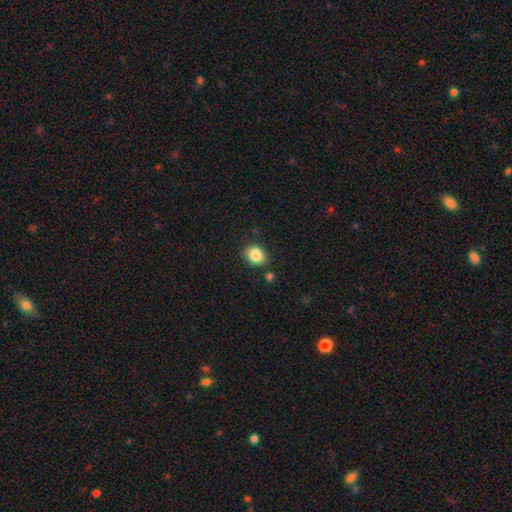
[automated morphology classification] type=smooth (86%); roundness=in between (62%); merging=none (78%).